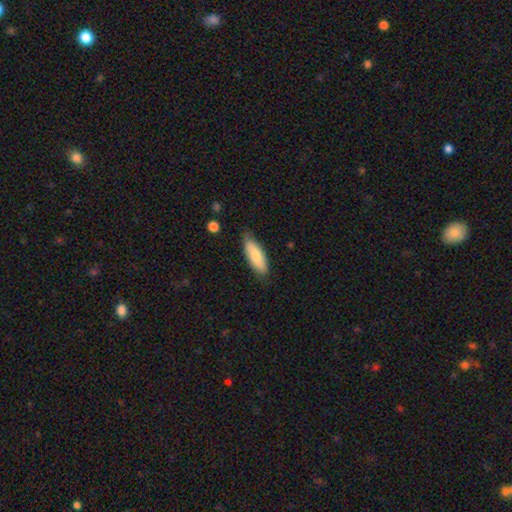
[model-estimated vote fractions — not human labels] This appears to be a smooth galaxy with no disk features (77%) that is in between round and cigar-shaped (64%). Merging: none (76%).